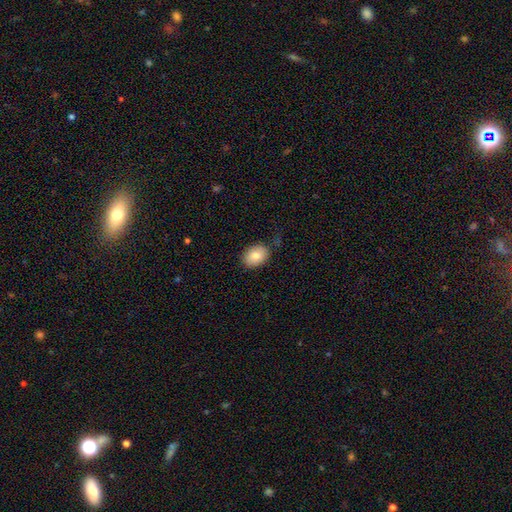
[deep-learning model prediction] This is clearly a smooth galaxy (85%). How rounded: likely in between (79%). Merging: likely none (80%).